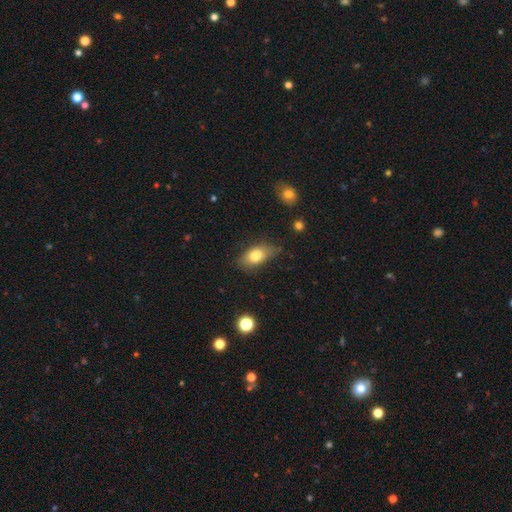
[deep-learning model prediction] Overall: smooth (76%). How rounded: in between (87%). Merging: none (68%).